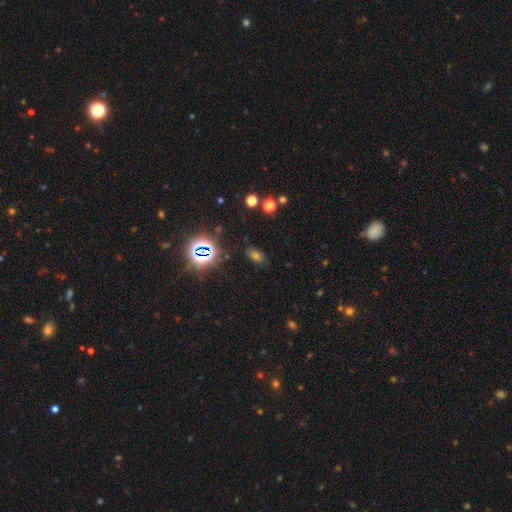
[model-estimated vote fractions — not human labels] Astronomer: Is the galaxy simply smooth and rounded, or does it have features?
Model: smooth — 46% (runner-up: star or artifact, 45%).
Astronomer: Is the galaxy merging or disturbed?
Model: none — 82%.